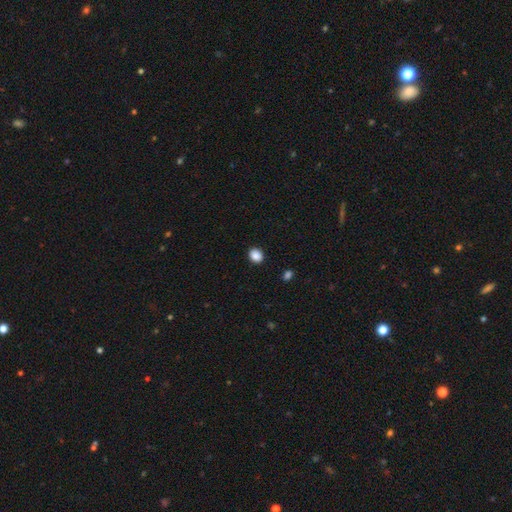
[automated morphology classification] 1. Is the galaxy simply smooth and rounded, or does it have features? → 88% smooth, 9% star or artifact, 3% featured or disk.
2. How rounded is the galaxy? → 61% round, 38% in between, 1% cigar-shaped.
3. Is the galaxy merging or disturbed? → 90% none, 6% minor disturbance, 2% major disturbance, 1% merger.